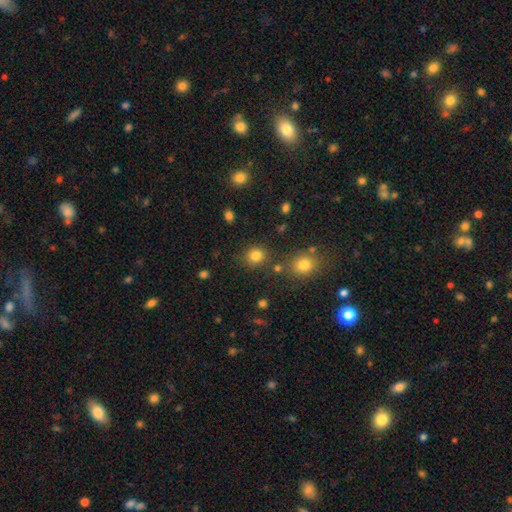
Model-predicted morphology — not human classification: smooth-or-featured: smooth: 81% | star or artifact: 14% | featured or disk: 5%
  how-rounded: round: 85% | in between: 14% | cigar-shaped: 1%
  merging: none: 80% | minor disturbance: 9% | merger: 8% | major disturbance: 4%